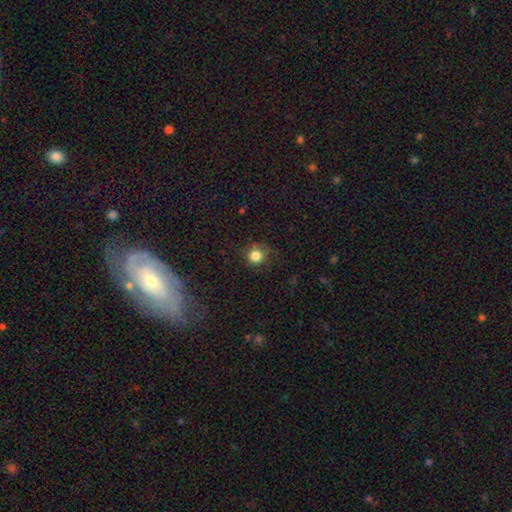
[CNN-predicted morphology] This appears to be a smooth galaxy with no disk features (83%) that is round (92%). Merging: none (80%).